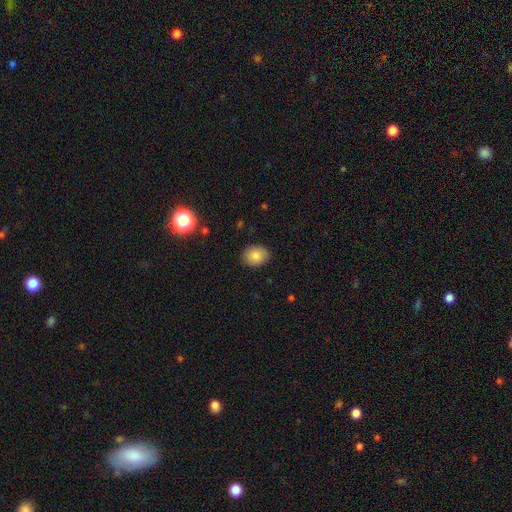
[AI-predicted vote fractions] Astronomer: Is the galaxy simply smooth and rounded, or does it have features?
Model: smooth — 83%.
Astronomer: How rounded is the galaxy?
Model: round — 50% (runner-up: in between, 49%).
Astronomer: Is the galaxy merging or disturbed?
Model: none — 85%.